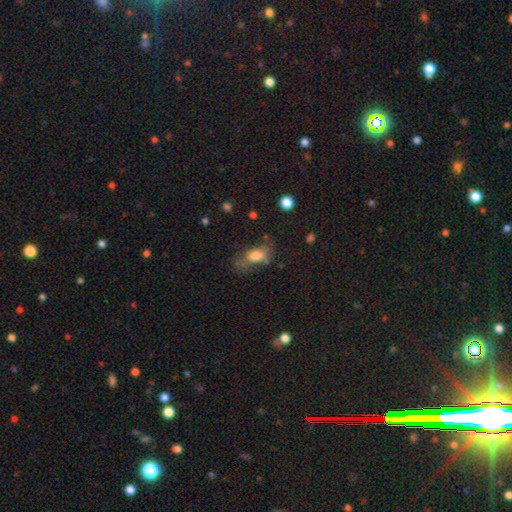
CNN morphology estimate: This appears to be a smooth galaxy with no disk features (73%) that is in between round and cigar-shaped (84%). Merging: none (47%).